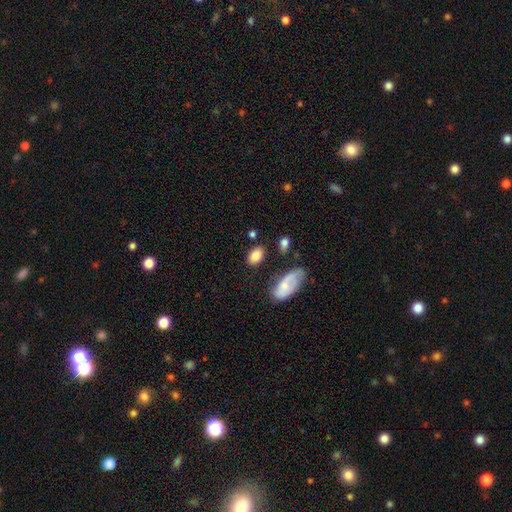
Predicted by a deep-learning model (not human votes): Smooth or featured?
  - smooth: 83% *
  - featured or disk: 9%
  - star or artifact: 8%
How rounded?
  - in between: 85% *
  - round: 13%
  - cigar-shaped: 2%
Merging?
  - none: 74% *
  - minor disturbance: 16%
  - merger: 5%
  - major disturbance: 5%